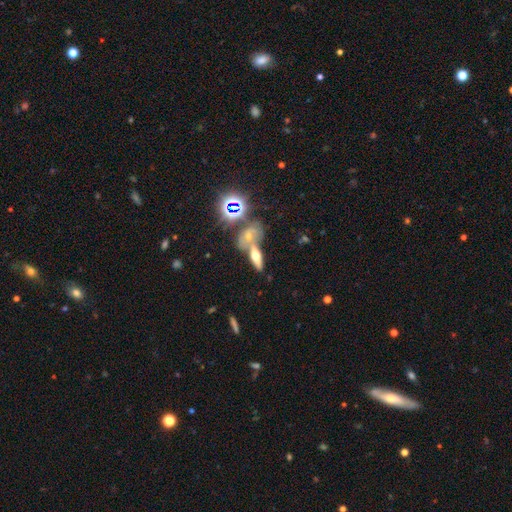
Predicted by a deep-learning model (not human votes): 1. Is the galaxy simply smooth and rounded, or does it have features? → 46% smooth, 33% featured or disk, 21% star or artifact.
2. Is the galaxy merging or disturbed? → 46% none, 40% merger, 9% minor disturbance, 5% major disturbance.